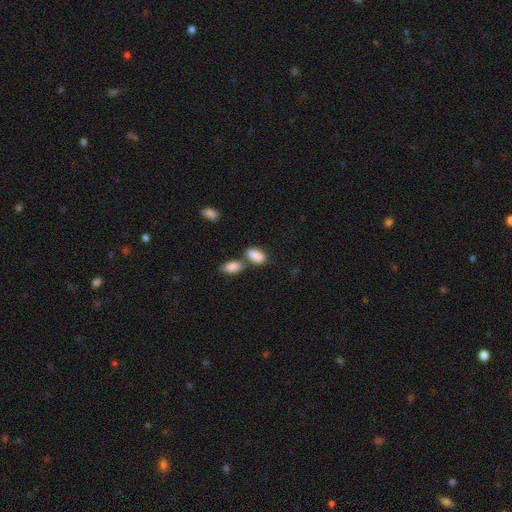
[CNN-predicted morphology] Smooth or featured? smooth (87%)
How rounded? in between (92%)
Merging? merger (43%)